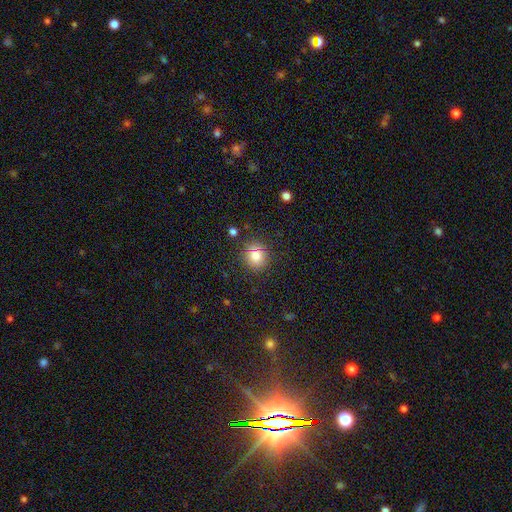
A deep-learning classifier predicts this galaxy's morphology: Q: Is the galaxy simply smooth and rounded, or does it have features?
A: smooth — 80%.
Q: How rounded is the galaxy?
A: round — 87%.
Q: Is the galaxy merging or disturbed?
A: none — 85%.